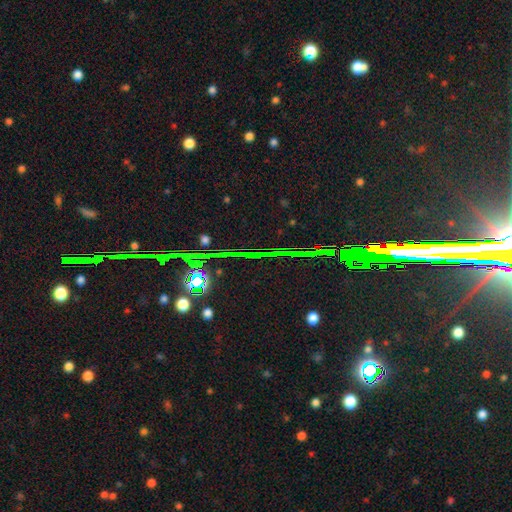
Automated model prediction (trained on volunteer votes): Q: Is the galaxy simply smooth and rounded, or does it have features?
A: star or artifact — 80%.